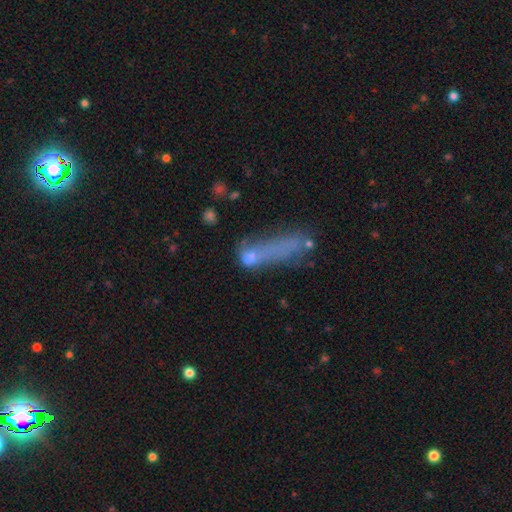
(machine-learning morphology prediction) smooth 56%, featured or disk 28%, star or artifact 16%. Down the decision tree: how rounded — cigar-shaped (52%); merging — major disturbance (45%).